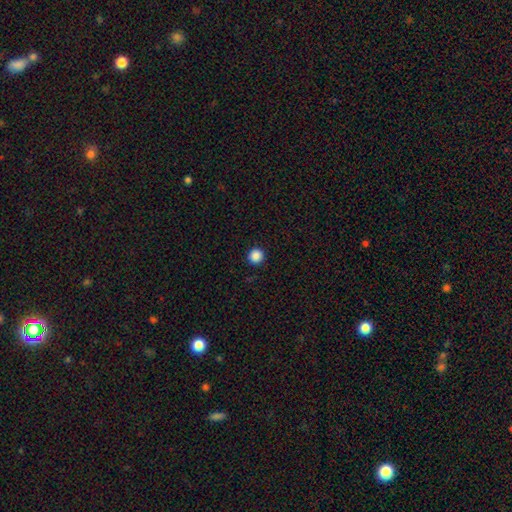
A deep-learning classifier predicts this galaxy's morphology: This appears to be a smooth galaxy with no disk features (87%) that is round (95%). Merging: none (93%).